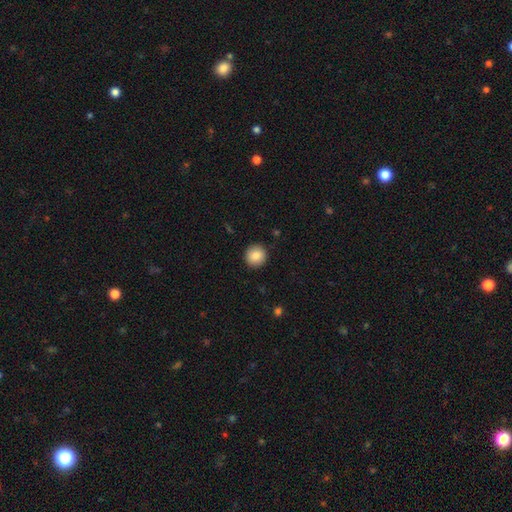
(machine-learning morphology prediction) This appears to be a smooth galaxy with no disk features (86%) that is round (93%). Merging: none (91%).